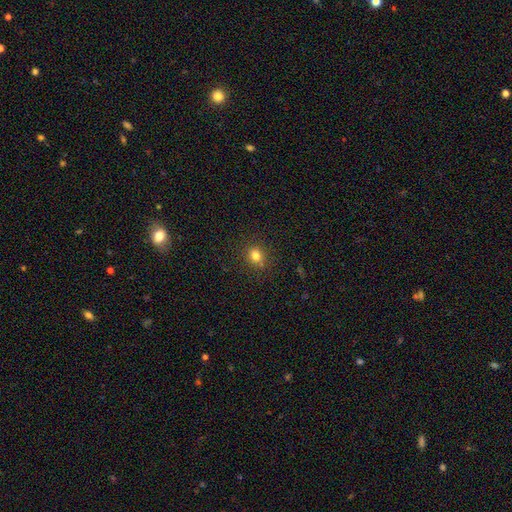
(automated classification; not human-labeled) This appears to be a smooth galaxy with no disk features (79%) that is round (72%). Merging: none (86%).